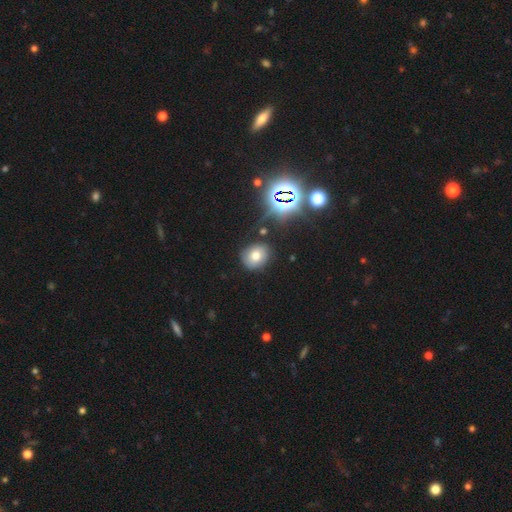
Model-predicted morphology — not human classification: Q: Smooth or featured?
A: smooth (67%); runner-up: star or artifact (19%)
Q: How rounded?
A: round (65%); runner-up: in between (34%)
Q: Merging?
A: none (82%); runner-up: minor disturbance (11%)